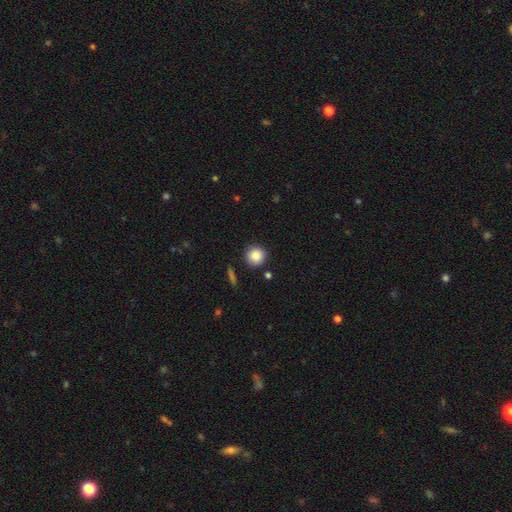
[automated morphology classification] This is clearly a smooth galaxy (87%). How rounded: clearly round (94%). Merging: clearly none (88%).